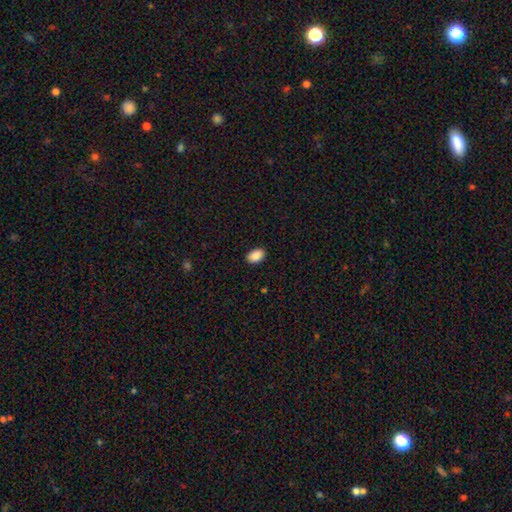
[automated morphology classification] smooth-or-featured: smooth: 89% | star or artifact: 8% | featured or disk: 4%
  how-rounded: in between: 89% | round: 10% | cigar-shaped: 1%
  merging: none: 90% | minor disturbance: 7% | major disturbance: 2% | merger: 1%